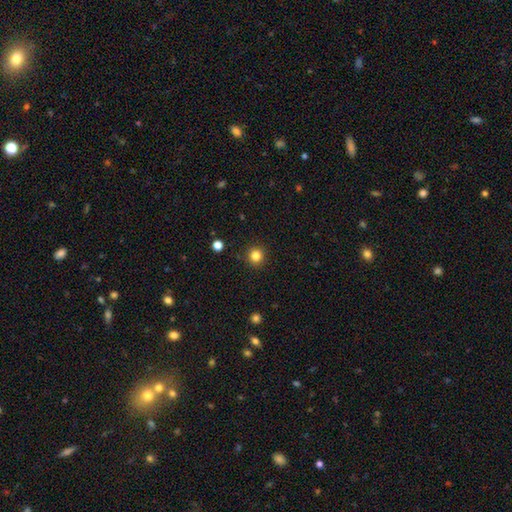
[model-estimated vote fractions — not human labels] The model was most divided on "smooth or featured": smooth: 83%, star or artifact: 13%, featured or disk: 5%. More confident: how rounded — round (94%); merging — none (92%).